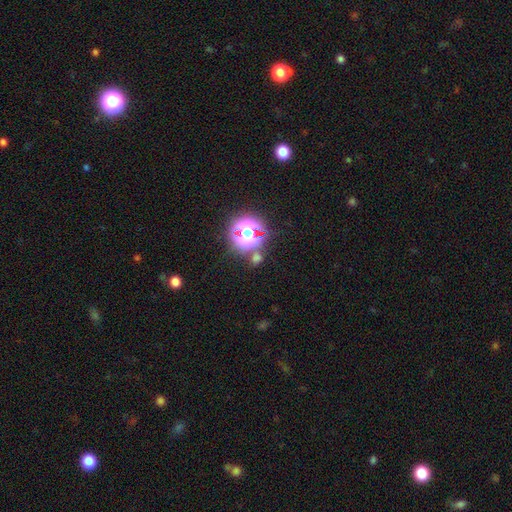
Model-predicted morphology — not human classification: The model was most divided on "smooth or featured": star or artifact: 64%, smooth: 27%, featured or disk: 9%.